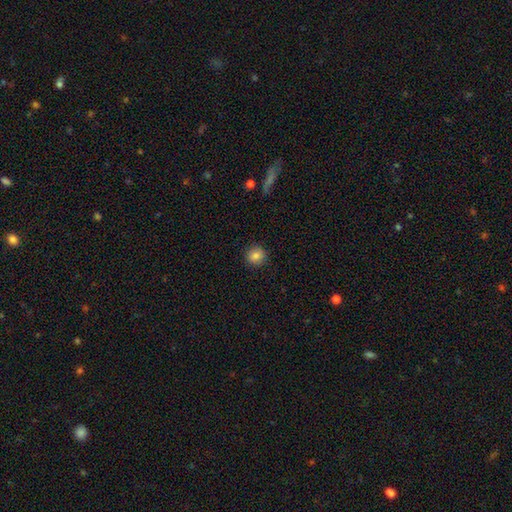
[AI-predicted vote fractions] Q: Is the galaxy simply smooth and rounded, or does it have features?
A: smooth — 83%.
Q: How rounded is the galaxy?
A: round — 91%.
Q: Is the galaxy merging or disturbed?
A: none — 91%.